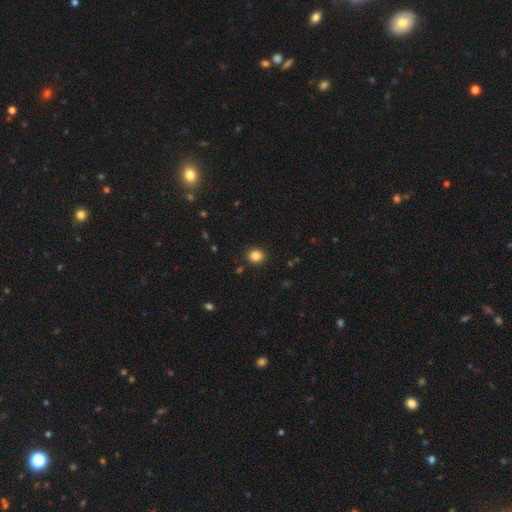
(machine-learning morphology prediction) smooth_or_featured: smooth (p=0.84) [alt: star or artifact p=0.12]
how_rounded: round (p=0.76) [alt: in between p=0.23]
merging: none (p=0.90) [alt: minor disturbance p=0.06]